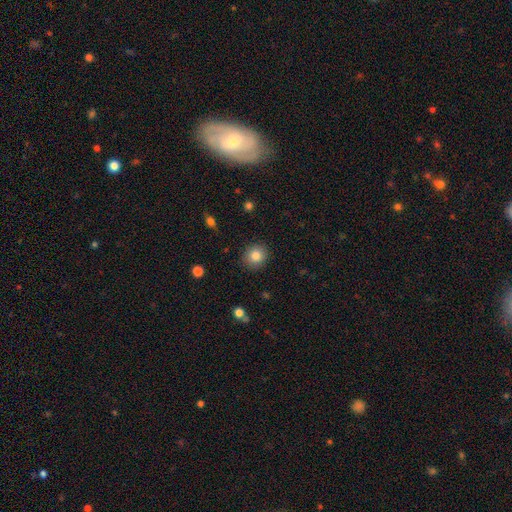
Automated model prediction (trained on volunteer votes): Smooth or featured?
  - smooth: 83% *
  - star or artifact: 10%
  - featured or disk: 7%
How rounded?
  - round: 83% *
  - in between: 16%
  - cigar-shaped: 1%
Merging?
  - none: 90% *
  - minor disturbance: 7%
  - major disturbance: 2%
  - merger: 1%